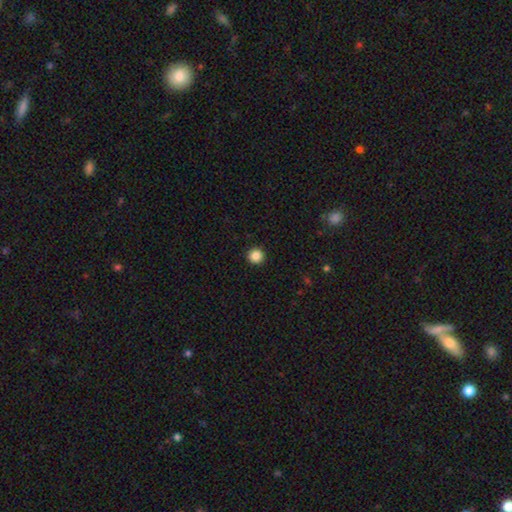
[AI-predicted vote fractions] Morphology: type=smooth (86%); roundness=round (95%); merging=none (94%).